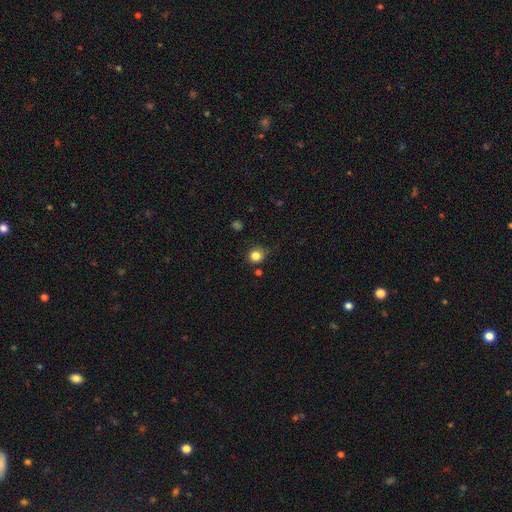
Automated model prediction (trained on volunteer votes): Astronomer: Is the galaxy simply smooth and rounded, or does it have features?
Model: smooth — 82%.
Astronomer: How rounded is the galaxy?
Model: round — 87%.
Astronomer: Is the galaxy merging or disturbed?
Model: none — 76%.